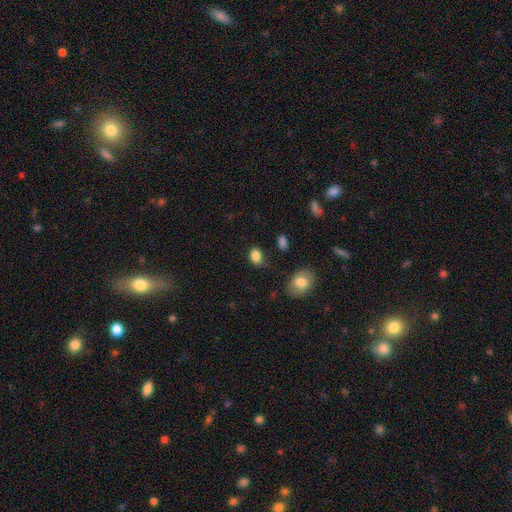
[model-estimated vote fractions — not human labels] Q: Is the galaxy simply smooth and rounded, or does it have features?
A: smooth — 85%.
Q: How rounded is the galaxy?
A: in between — 68%.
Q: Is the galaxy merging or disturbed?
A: none — 62%.